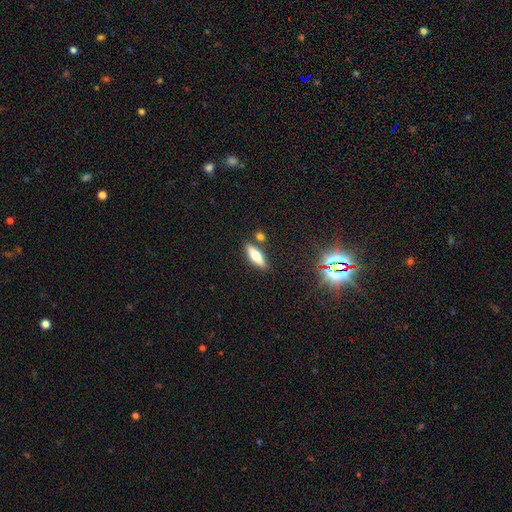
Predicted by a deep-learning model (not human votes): Morphology: type=smooth (57%); roundness=cigar-shaped (51%); merging=none (81%).